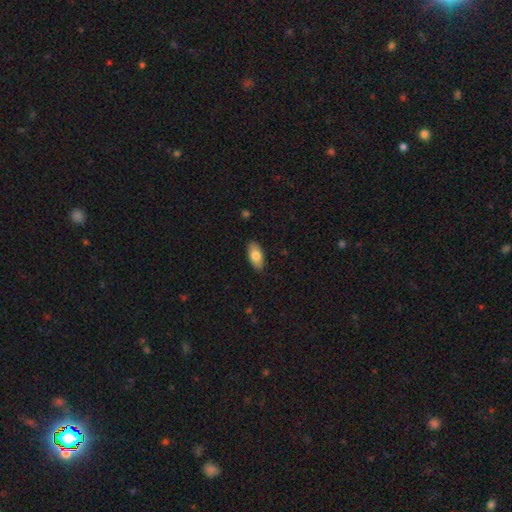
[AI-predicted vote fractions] Smooth or featured: smooth — 78% (featured or disk — 15%)
How rounded: in between — 90% (cigar-shaped — 7%)
Merging: none — 88% (minor disturbance — 9%)